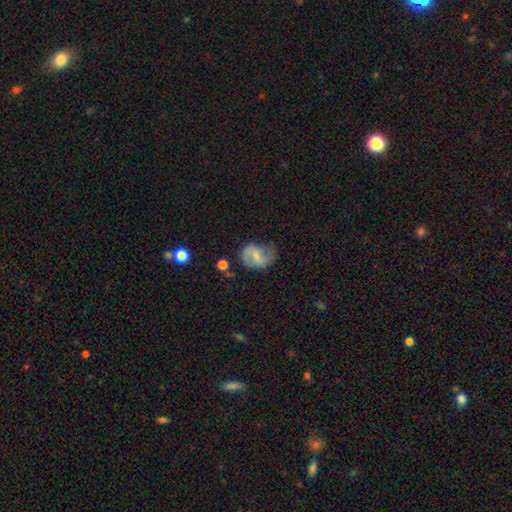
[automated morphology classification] smooth_or_featured: featured or disk (p=0.52) [alt: smooth p=0.40]
disk_edge_on: no (p=0.97) [alt: yes p=0.03]
bar: weak (p=0.50) [alt: no p=0.35]
has_spiral_arms: yes (p=0.80) [alt: no p=0.20]
bulge_size: small (p=0.49) [alt: moderate p=0.32]
merging: none (p=0.48) [alt: minor disturbance p=0.32]